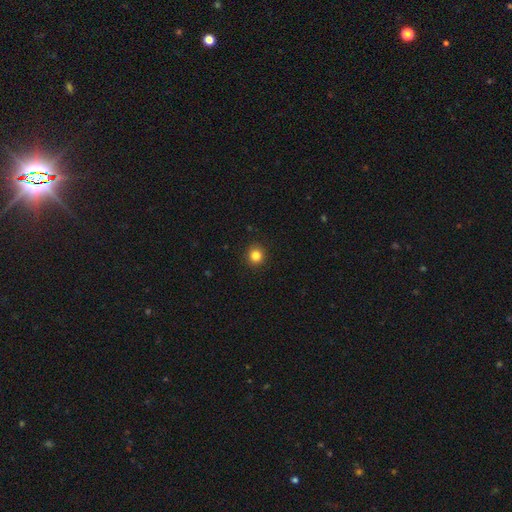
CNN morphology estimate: This is clearly a smooth galaxy (84%). How rounded: clearly round (93%). Merging: clearly none (92%).